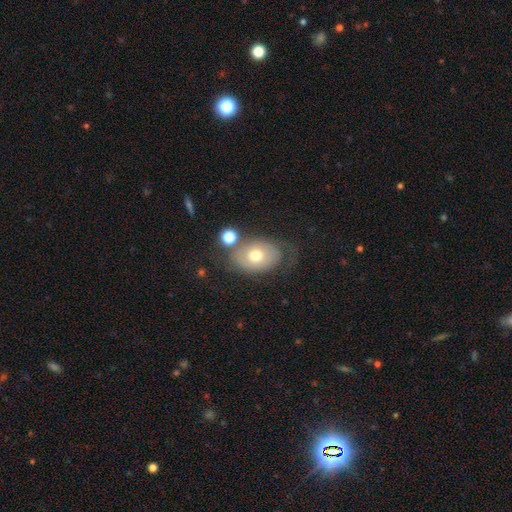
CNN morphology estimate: The model was most divided on "smooth or featured": smooth: 61%, featured or disk: 30%, star or artifact: 9%. More confident: how rounded — in between (78%); merging — none (55%).